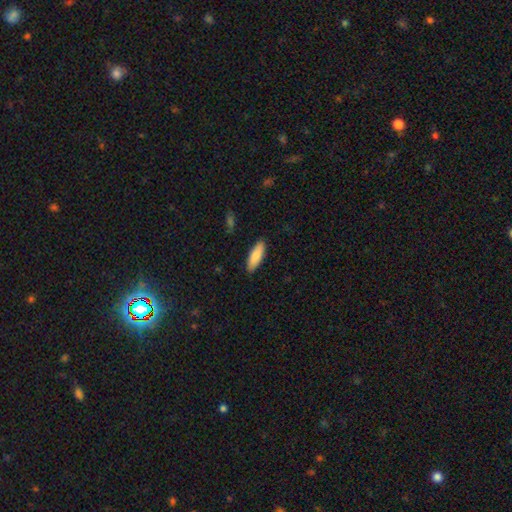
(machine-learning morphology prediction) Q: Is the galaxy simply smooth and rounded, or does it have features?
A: smooth — 83%.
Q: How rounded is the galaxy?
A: in between — 56%.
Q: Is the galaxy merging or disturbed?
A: none — 89%.